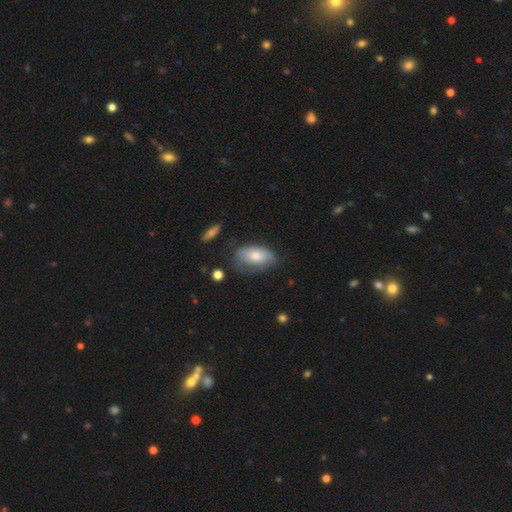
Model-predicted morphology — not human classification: Q: Smooth or featured?
A: smooth (71%); runner-up: featured or disk (22%)
Q: How rounded?
A: in between (92%); runner-up: round (5%)
Q: Merging?
A: none (49%); runner-up: minor disturbance (34%)